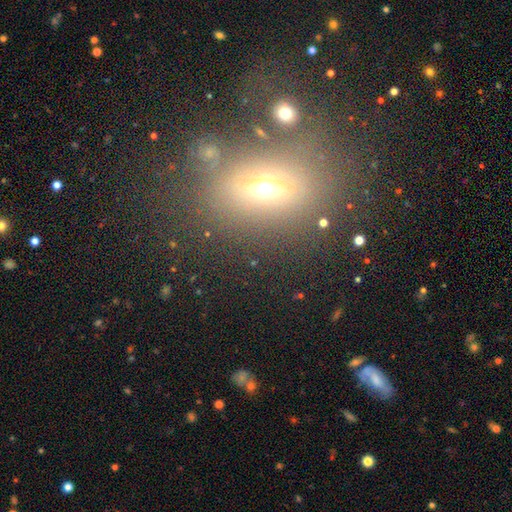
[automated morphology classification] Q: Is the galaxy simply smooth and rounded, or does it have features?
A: smooth — 54%.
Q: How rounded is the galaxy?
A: in between — 67%.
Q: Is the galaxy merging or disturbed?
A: none — 70%.